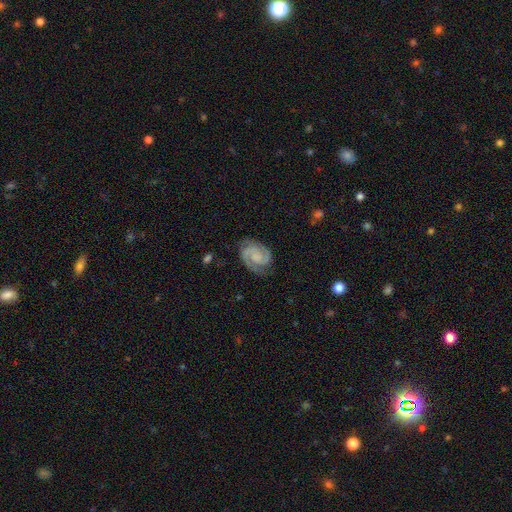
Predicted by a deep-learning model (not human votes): Smooth or featured?
  - featured or disk: 86% *
  - smooth: 9%
  - star or artifact: 5%
Edge-on disk?
  - no: 98% *
  - yes: 2%
Bar?
  - no: 58% *
  - weak: 34%
  - strong: 7%
Spiral arms?
  - yes: 98% *
  - no: 2%
Spiral winding?
  - medium: 47% *
  - tight: 44%
  - loose: 9%
Spiral arm count?
  - 2: 91% *
  - can't tell: 3%
  - 3: 2%
  - 1: 2%
  - 4: 1%
  - more than 4: 1%
Bulge size?
  - none: 48% *
  - small: 24%
  - moderate: 20%
  - large: 7%
  - dominant: 2%
Merging?
  - none: 80% *
  - minor disturbance: 14%
  - major disturbance: 5%
  - merger: 1%